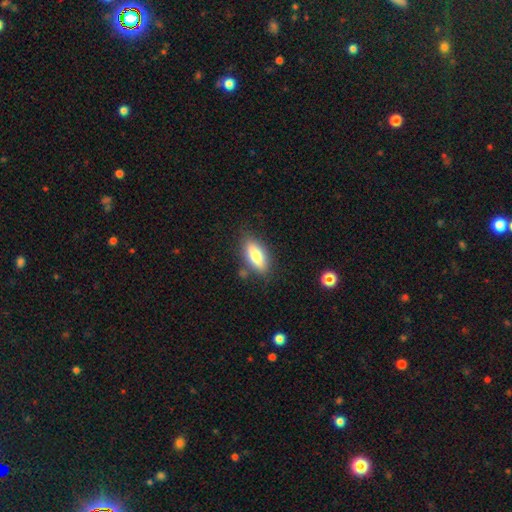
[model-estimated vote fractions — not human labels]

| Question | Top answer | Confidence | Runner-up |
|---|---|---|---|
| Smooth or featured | smooth | 71% | featured or disk (22%) |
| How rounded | in between | 73% | cigar-shaped (24%) |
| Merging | none | 80% | minor disturbance (13%) |